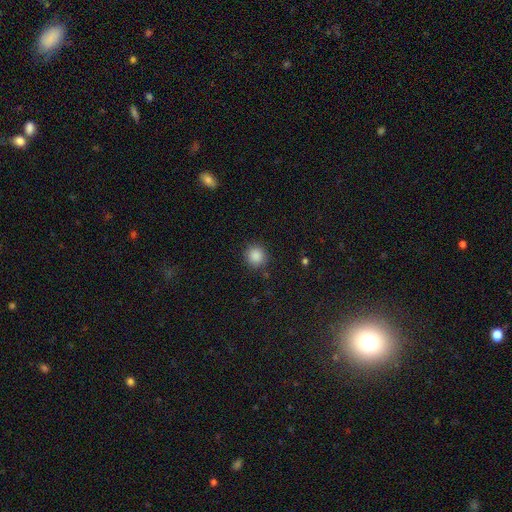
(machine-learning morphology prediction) smooth-or-featured: smooth: 87% | star or artifact: 10% | featured or disk: 3%
  how-rounded: round: 92% | in between: 7% | cigar-shaped: 1%
  merging: none: 89% | minor disturbance: 7% | major disturbance: 3% | merger: 1%